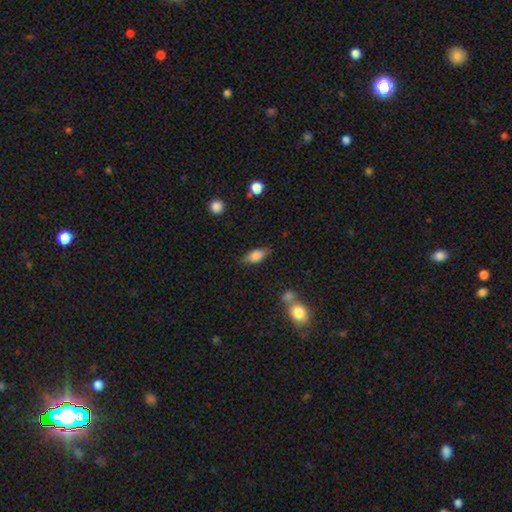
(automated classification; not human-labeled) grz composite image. It shows a smooth galaxy with no disk features (76%) that is in between round and cigar-shaped (83%). Merging: none (77%).